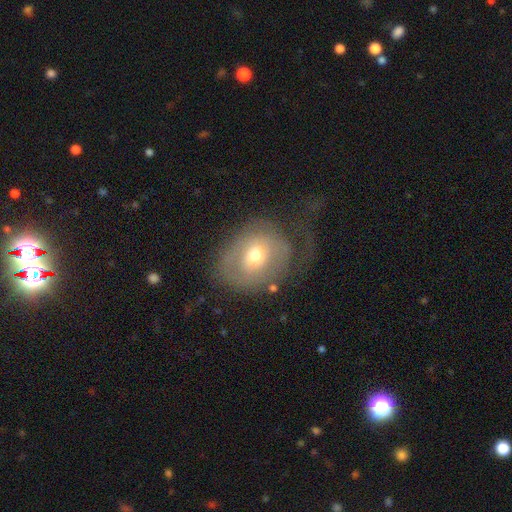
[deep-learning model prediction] A smooth galaxy with no disk features (48%).

Vote fractions:
- Smooth or featured? smooth: 48% / featured or disk: 44% / star or artifact: 9%
- Merging? major disturbance: 39% / none: 36% / minor disturbance: 23% / merger: 3%